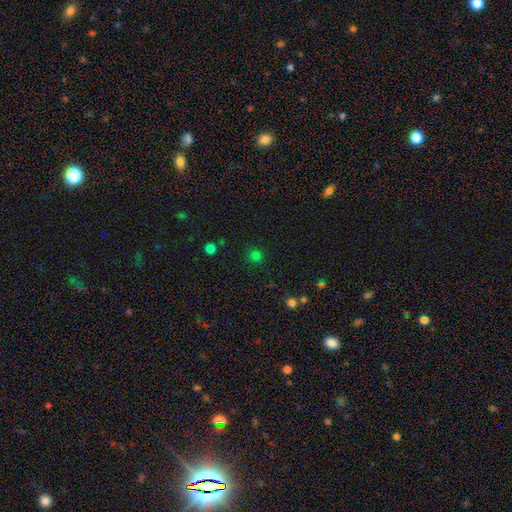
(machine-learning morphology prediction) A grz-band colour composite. It shows a smooth galaxy with no disk features (75%) that is round (92%). Merging: none (86%).